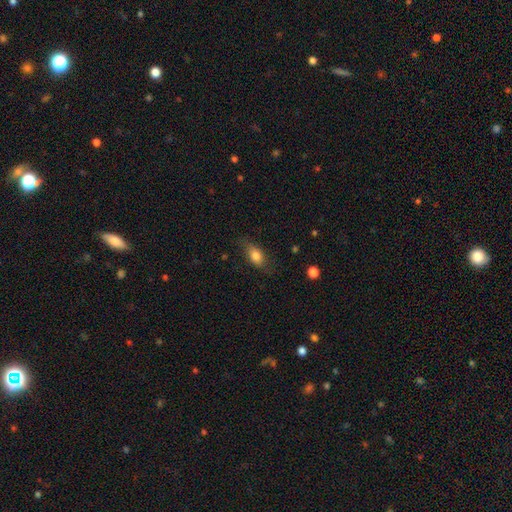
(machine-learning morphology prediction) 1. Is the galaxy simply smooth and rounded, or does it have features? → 77% smooth, 15% featured or disk, 8% star or artifact.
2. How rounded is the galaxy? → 83% in between, 9% round, 8% cigar-shaped.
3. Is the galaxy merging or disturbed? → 69% none, 22% minor disturbance, 7% major disturbance, 1% merger.